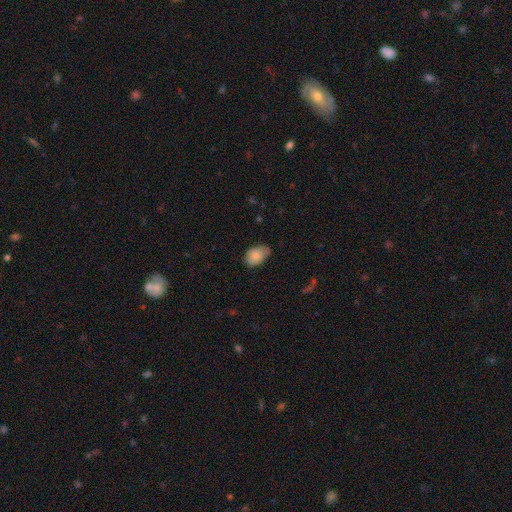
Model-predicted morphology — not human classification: A smooth galaxy with no disk features (83%) that is in between round and cigar-shaped (85%). Merging: none (59%).